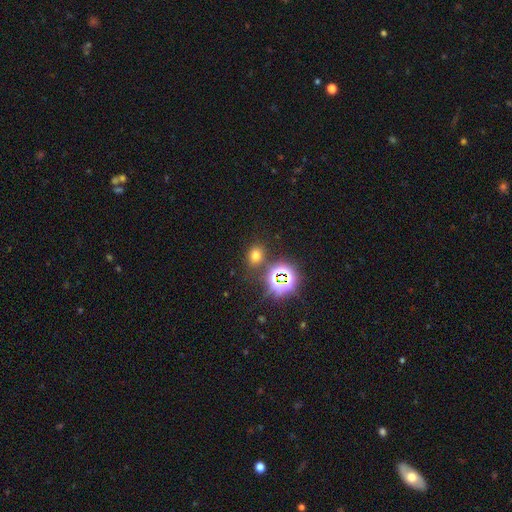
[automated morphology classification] Smooth or featured?
  - smooth: 60% *
  - star or artifact: 31%
  - featured or disk: 8%
How rounded?
  - in between: 50% *
  - round: 49%
  - cigar-shaped: 1%
Merging?
  - none: 80% *
  - minor disturbance: 10%
  - merger: 6%
  - major disturbance: 4%